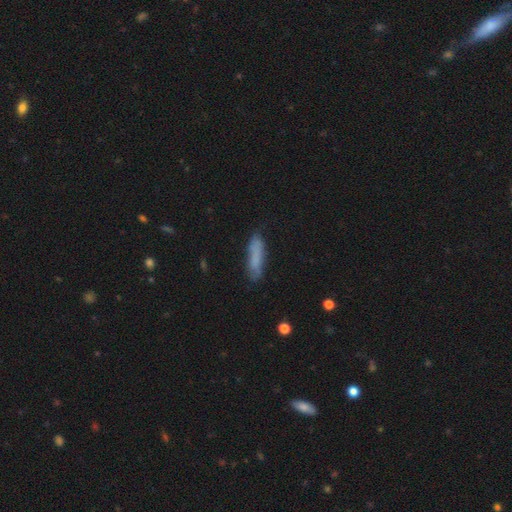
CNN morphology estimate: The model was most divided on "how rounded": cigar-shaped: 70%, in between: 28%, round: 2%. More confident: smooth or featured — smooth (75%); merging — none (73%).